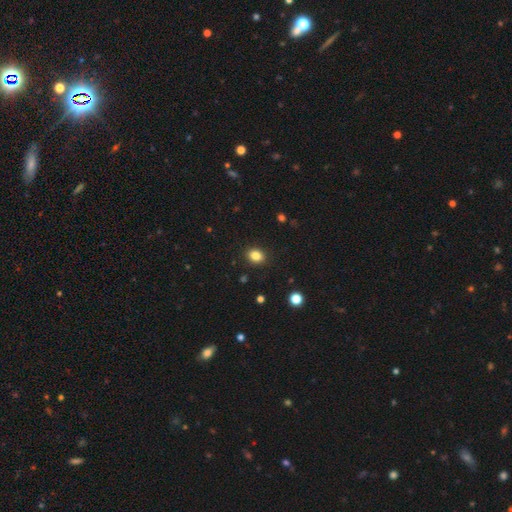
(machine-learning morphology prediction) The model was most divided on "how rounded": in between: 53%, round: 46%, cigar-shaped: 1%. More confident: merging — none (90%); smooth or featured — smooth (85%).